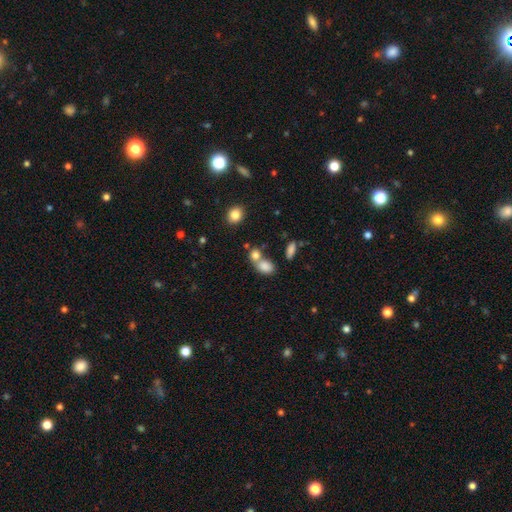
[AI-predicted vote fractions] Q: Smooth or featured?
A: smooth (81%); runner-up: star or artifact (11%)
Q: How rounded?
A: in between (51%); runner-up: round (47%)
Q: Merging?
A: merger (48%); runner-up: none (39%)